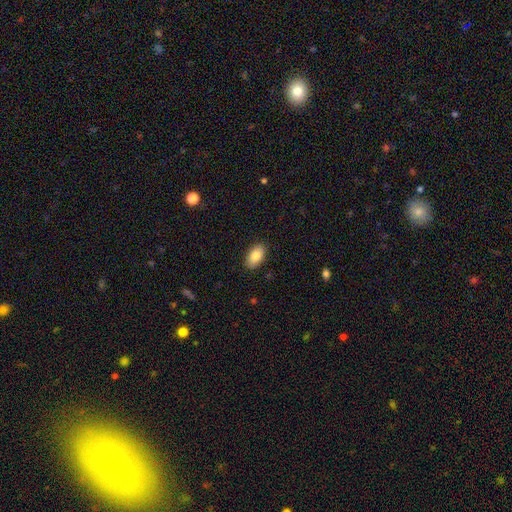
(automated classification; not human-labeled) This appears to be a smooth galaxy with no disk features (85%) that is in between round and cigar-shaped (93%). Merging: none (88%).